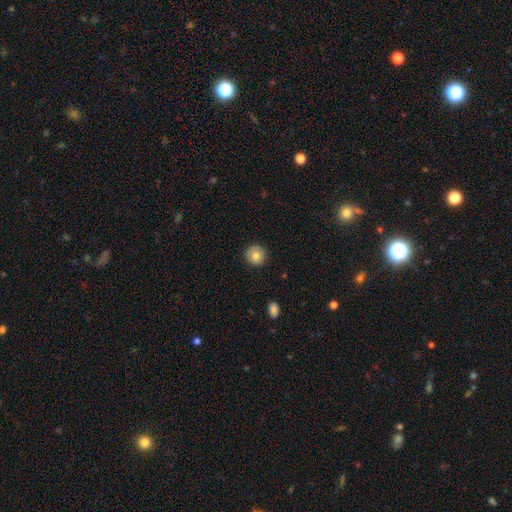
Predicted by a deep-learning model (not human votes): Smooth or featured? smooth (81%)
How rounded? round (94%)
Merging? none (90%)